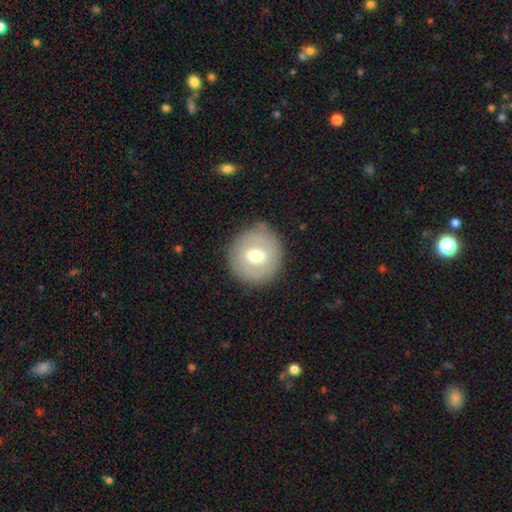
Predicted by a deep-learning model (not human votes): Q: Smooth or featured?
A: smooth (56%); runner-up: featured or disk (37%)
Q: How rounded?
A: round (90%); runner-up: in between (9%)
Q: Merging?
A: none (82%); runner-up: minor disturbance (12%)